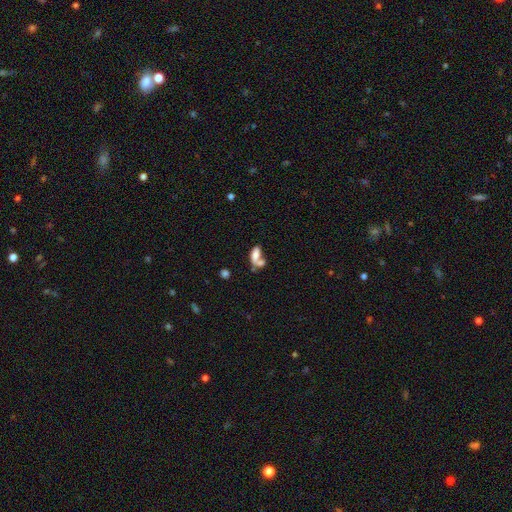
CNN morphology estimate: smooth 72%, featured or disk 18%, star or artifact 10%. Down the decision tree: how rounded — in between (85%); merging — merger (58%).